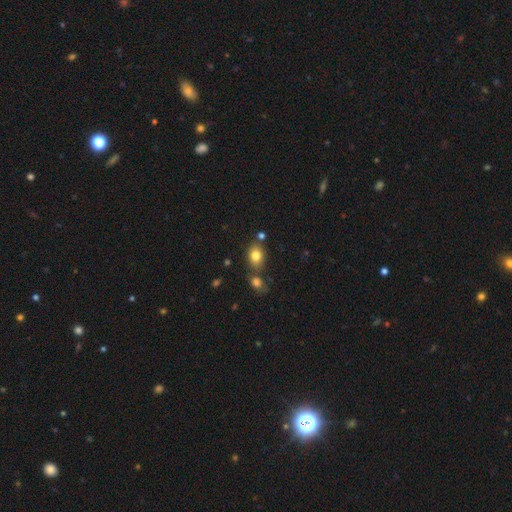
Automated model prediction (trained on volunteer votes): Smooth or featured: smooth — 80% (star or artifact — 10%)
How rounded: in between — 65% (round — 34%)
Merging: none — 66% (merger — 18%)